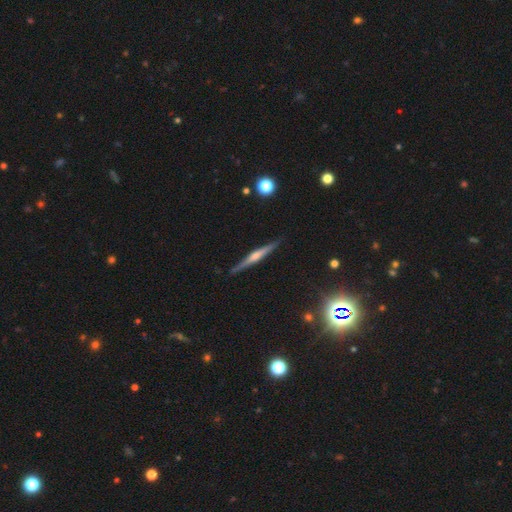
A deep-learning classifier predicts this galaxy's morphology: smooth-or-featured: featured or disk: 74% | smooth: 17% | star or artifact: 8%
  disk-edge-on: yes: 98% | no: 2%
    edge-on-bulge: rounded: 74% | none: 13% | boxy: 12%
  merging: none: 90% | minor disturbance: 7% | major disturbance: 1% | merger: 1%